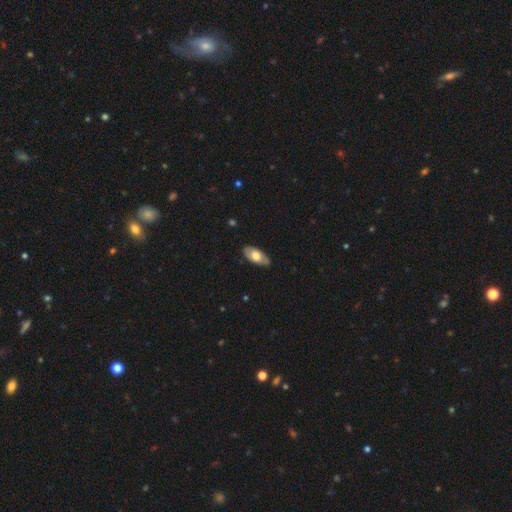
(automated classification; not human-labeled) The model was most divided on "smooth or featured": smooth: 64%, featured or disk: 31%, star or artifact: 6%. More confident: how rounded — in between (92%); merging — none (81%).